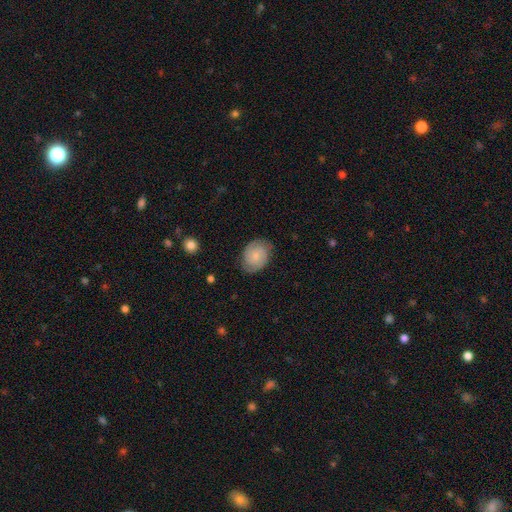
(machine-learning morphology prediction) type=featured or disk (49%); merging=none (74%).